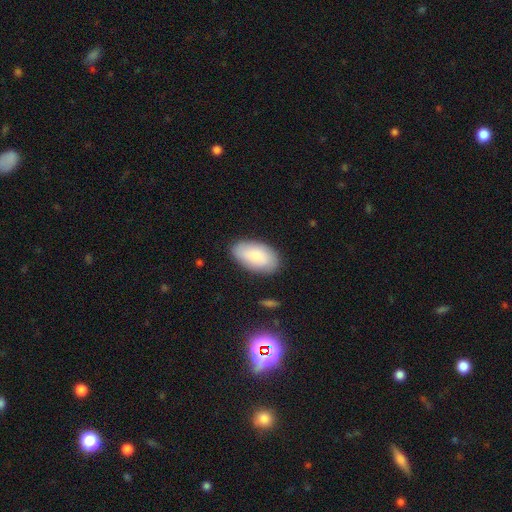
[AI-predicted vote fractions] smooth 82%, featured or disk 12%, star or artifact 6%. Down the decision tree: how rounded — in between (95%); merging — none (84%).